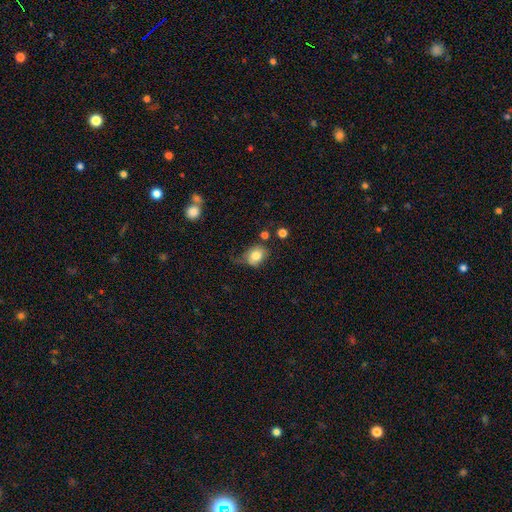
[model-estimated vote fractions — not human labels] smooth-or-featured: smooth: 78% | featured or disk: 13% | star or artifact: 9%
  how-rounded: in between: 53% | round: 46% | cigar-shaped: 1%
  merging: none: 46% | minor disturbance: 32% | major disturbance: 15% | merger: 7%